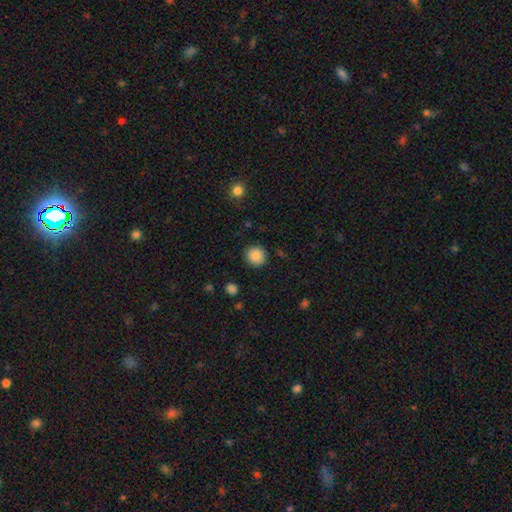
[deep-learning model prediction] This appears to be a smooth galaxy with no disk features (87%) that is round (92%). Merging: none (89%).